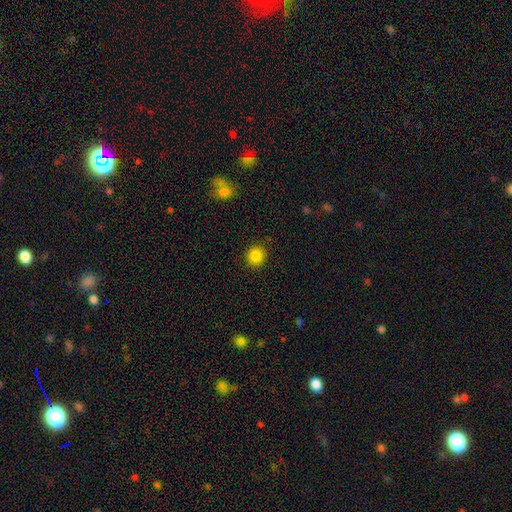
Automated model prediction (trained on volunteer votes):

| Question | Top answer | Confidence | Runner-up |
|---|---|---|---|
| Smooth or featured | smooth | 85% | star or artifact (11%) |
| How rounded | round | 87% | in between (12%) |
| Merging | none | 90% | minor disturbance (6%) |